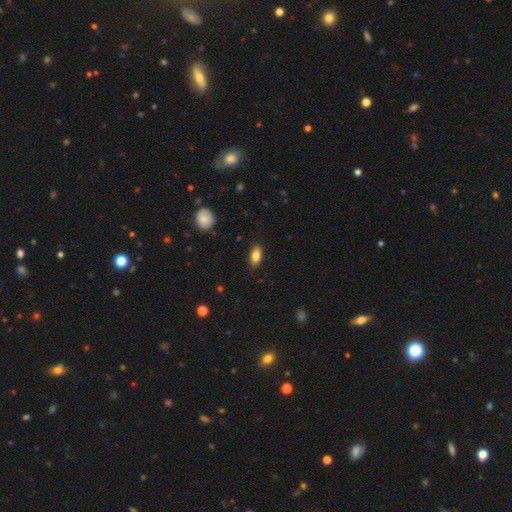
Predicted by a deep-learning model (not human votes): The model was most divided on "smooth or featured": smooth: 83%, featured or disk: 9%, star or artifact: 7%. More confident: how rounded — in between (89%); merging — none (87%).